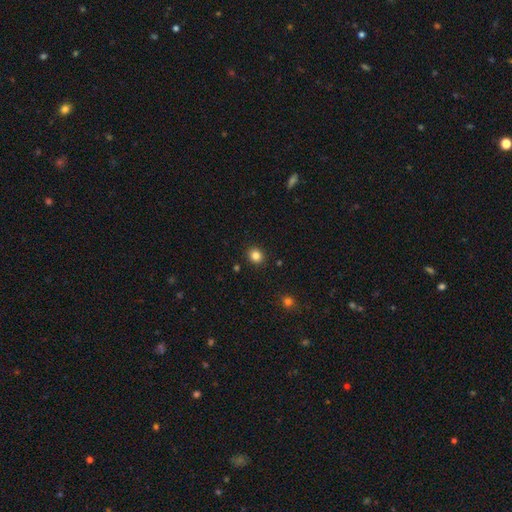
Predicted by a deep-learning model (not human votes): Morphology: type=smooth (83%); roundness=round (79%); merging=none (91%).